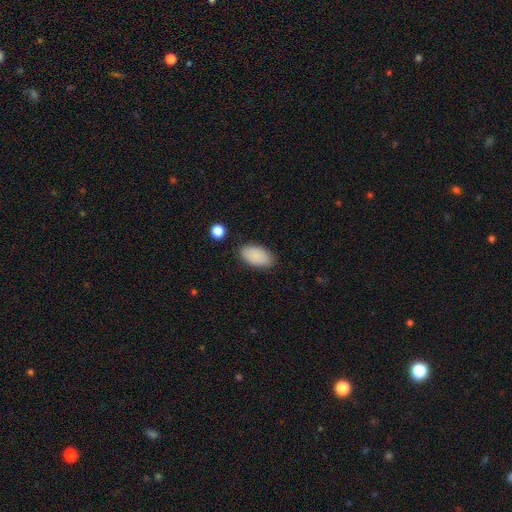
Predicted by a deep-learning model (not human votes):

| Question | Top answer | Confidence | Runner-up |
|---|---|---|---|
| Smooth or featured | smooth | 89% | star or artifact (7%) |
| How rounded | in between | 94% | round (4%) |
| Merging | none | 85% | minor disturbance (11%) |